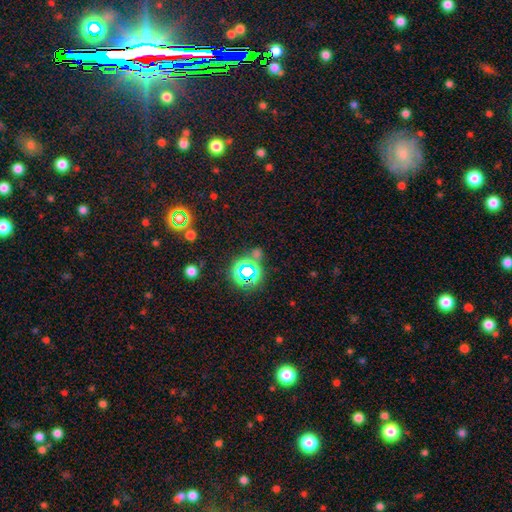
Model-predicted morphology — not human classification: Smooth or featured? star or artifact (70%)